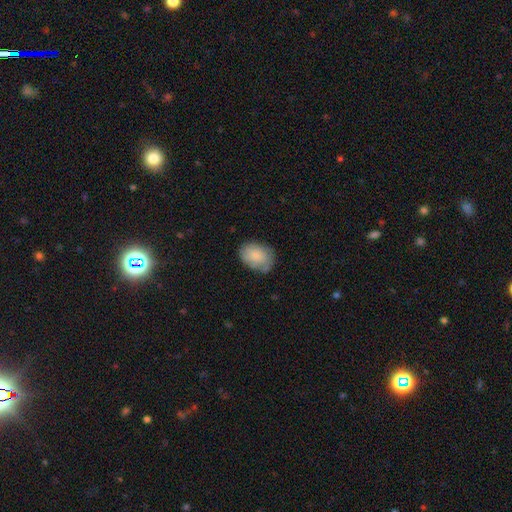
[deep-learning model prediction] Smooth or featured?
  - smooth: 79% *
  - featured or disk: 15%
  - star or artifact: 7%
How rounded?
  - in between: 77% *
  - round: 22%
  - cigar-shaped: 1%
Merging?
  - none: 69% *
  - minor disturbance: 24%
  - major disturbance: 5%
  - merger: 2%